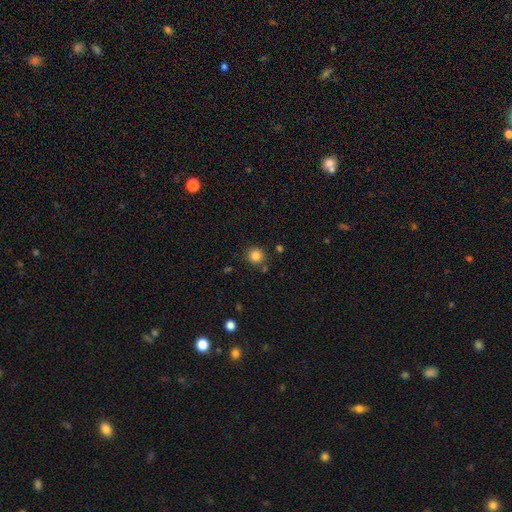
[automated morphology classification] type=smooth (84%); roundness=round (91%); merging=none (83%).